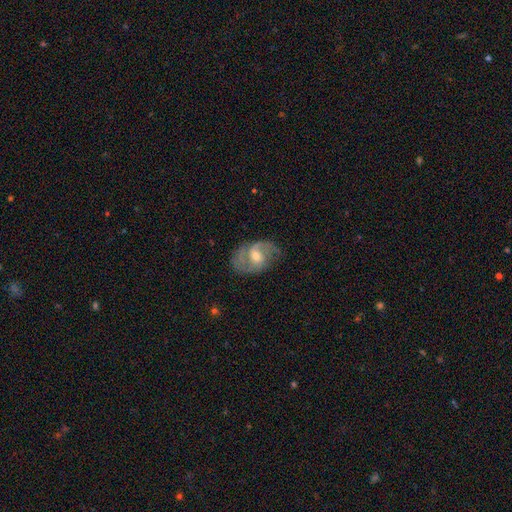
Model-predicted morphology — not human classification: This is clearly a featured or disk galaxy (81%). It is clearly not viewed edge-on (97%). Bar: possibly weak (47%). Spiral arm pattern: clearly yes (93%). Spiral arm count: likely 2 (69%). Spiral winding: possibly medium (50%). Central bulge: likely moderate (63%). Merging: likely none (71%).